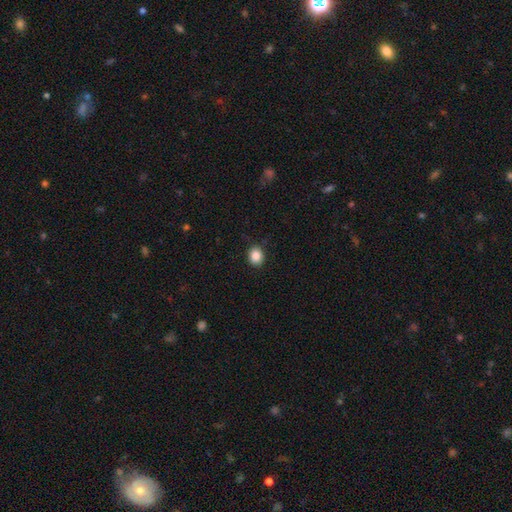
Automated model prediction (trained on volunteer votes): Smooth or featured? Predicted: smooth (p=0.87). How rounded? Predicted: round (p=0.60). Merging? Predicted: none (p=0.89).